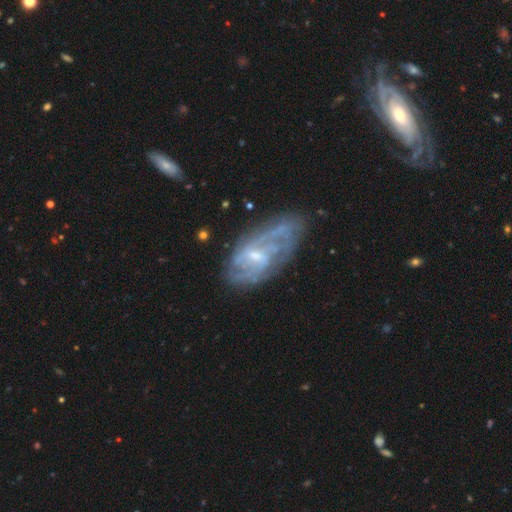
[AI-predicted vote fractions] A featured or disk galaxy (80%) with a weak bar (55%), tight (42%) spiral arms (84%) and a small central bulge (57%). Merging: none (62%).